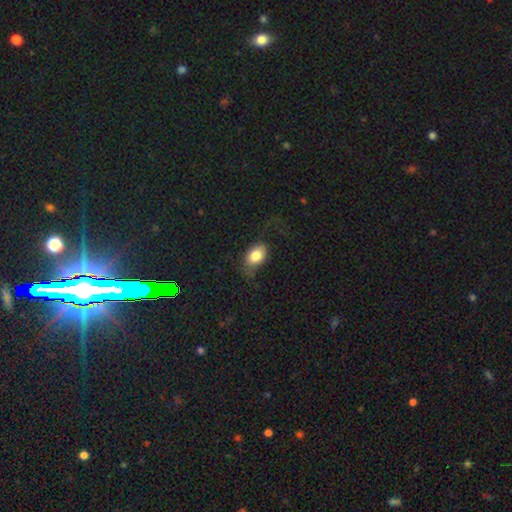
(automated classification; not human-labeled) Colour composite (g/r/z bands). It shows a smooth galaxy with no disk features (80%) that is in between round and cigar-shaped (85%). Merging: none (57%).